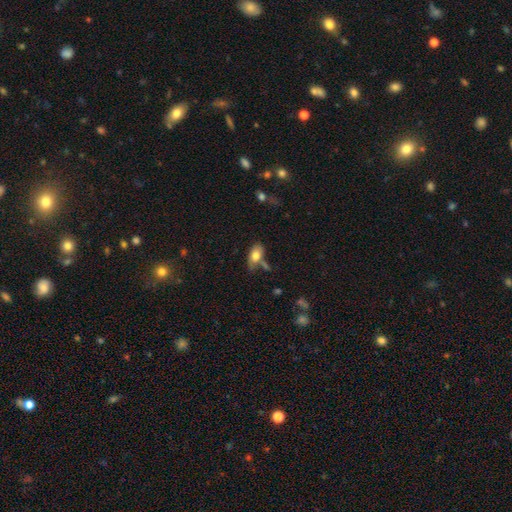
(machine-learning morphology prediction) Smooth or featured: smooth — 75% (featured or disk — 17%)
How rounded: in between — 89% (cigar-shaped — 6%)
Merging: none — 52% (minor disturbance — 23%)